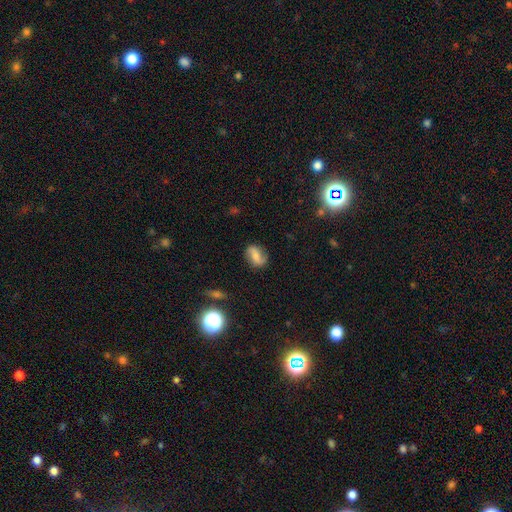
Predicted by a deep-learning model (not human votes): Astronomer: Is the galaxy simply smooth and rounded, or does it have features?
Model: smooth — 48% (runner-up: featured or disk, 41%).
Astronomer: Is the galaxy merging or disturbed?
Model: none — 76%.